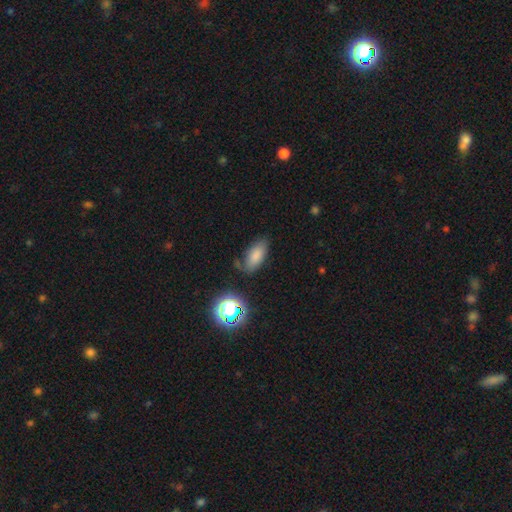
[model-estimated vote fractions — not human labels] smooth 77%, star or artifact 13%, featured or disk 10%. Down the decision tree: how rounded — in between (87%); merging — none (68%).